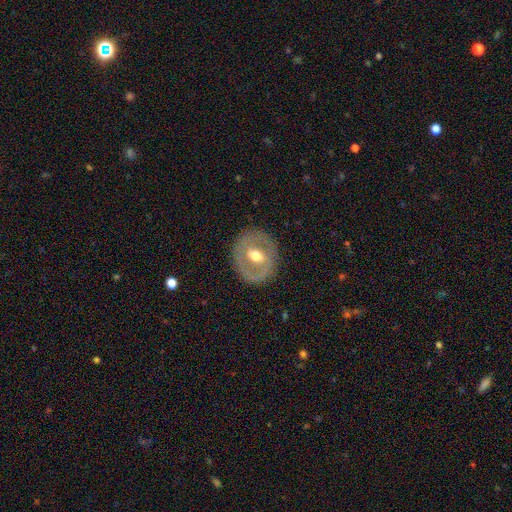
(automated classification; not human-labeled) A featured or disk galaxy (62%) with a weak bar (41%), no spiral arms (71%) and a moderate central bulge (75%).

Vote fractions:
- Smooth or featured? featured or disk: 62% / smooth: 32% / star or artifact: 6%
- Edge-on disk? no: 94% / yes: 6%
- Bar? weak: 41% / no: 37% / strong: 21%
- Spiral arms? no: 71% / yes: 29%
- Bulge size? moderate: 75% / large: 12% / small: 11% / dominant: 1% / none: 1%
- Merging? none: 82% / minor disturbance: 12% / major disturbance: 5% / merger: 1%